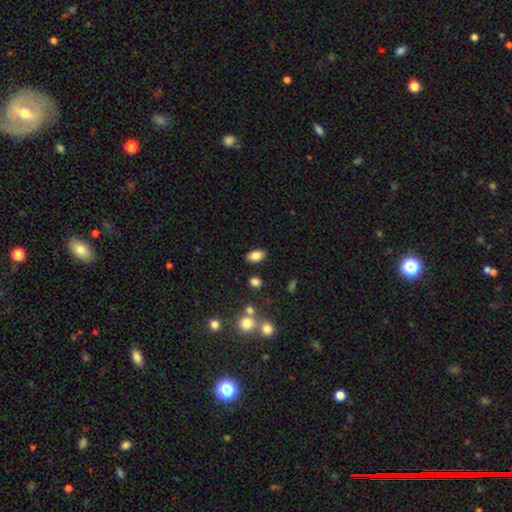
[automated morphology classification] A smooth galaxy with no disk features (83%) that is in between round and cigar-shaped (90%).

Vote fractions:
- Smooth or featured? smooth: 83% / star or artifact: 10% / featured or disk: 7%
- How rounded? in between: 90% / round: 8% / cigar-shaped: 2%
- Merging? none: 85% / minor disturbance: 9% / merger: 3% / major disturbance: 3%